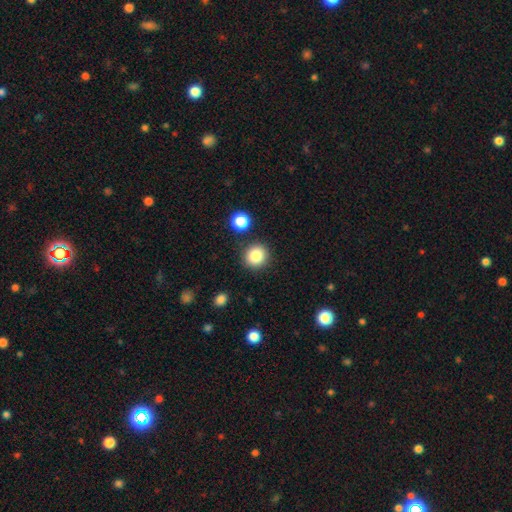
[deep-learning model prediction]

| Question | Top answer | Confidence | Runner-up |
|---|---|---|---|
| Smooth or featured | smooth | 84% | star or artifact (10%) |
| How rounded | round | 90% | in between (9%) |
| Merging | none | 87% | minor disturbance (7%) |